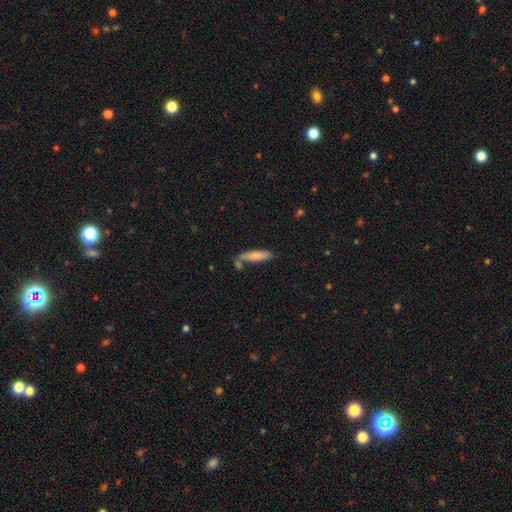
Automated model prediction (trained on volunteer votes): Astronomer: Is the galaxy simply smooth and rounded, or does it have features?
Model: smooth — 77%.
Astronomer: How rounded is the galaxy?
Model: cigar-shaped — 75%.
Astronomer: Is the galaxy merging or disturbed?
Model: none — 67%.